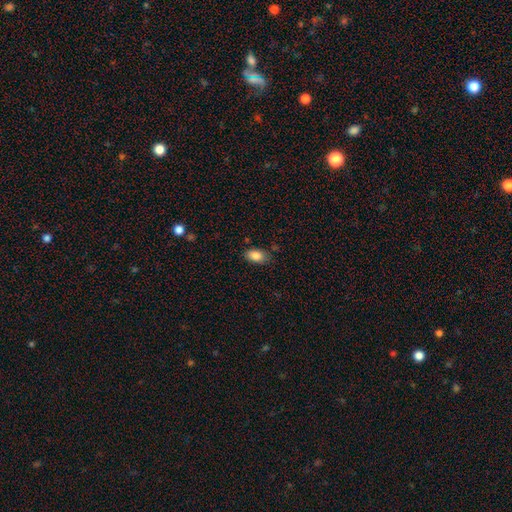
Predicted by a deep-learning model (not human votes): Smooth or featured?
  - smooth: 85% *
  - star or artifact: 8%
  - featured or disk: 7%
How rounded?
  - in between: 90% *
  - round: 8%
  - cigar-shaped: 2%
Merging?
  - none: 78% *
  - minor disturbance: 17%
  - major disturbance: 3%
  - merger: 2%